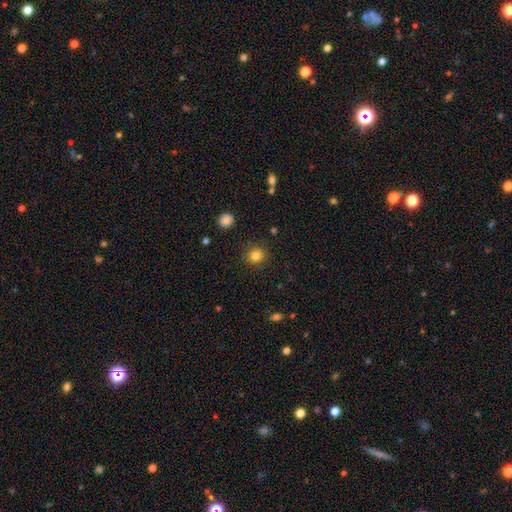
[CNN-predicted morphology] This appears to be a smooth galaxy with no disk features (82%) that is round (87%). Merging: none (88%).